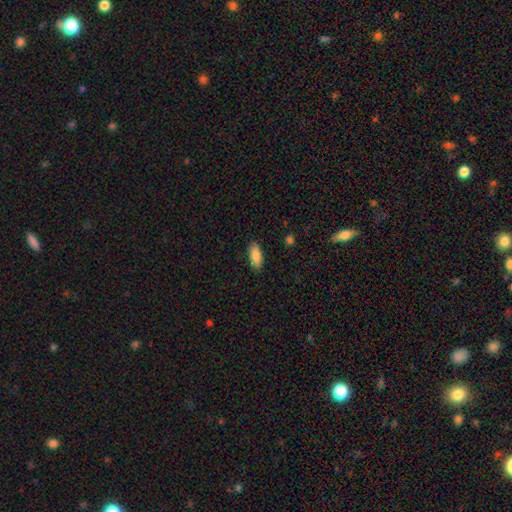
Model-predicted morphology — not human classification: A smooth galaxy with no disk features (86%) that is in between round and cigar-shaped (87%).

Vote fractions:
- Smooth or featured? smooth: 86% / featured or disk: 7% / star or artifact: 7%
- How rounded? in between: 87% / cigar-shaped: 11% / round: 2%
- Merging? none: 88% / minor disturbance: 9% / major disturbance: 2% / merger: 1%